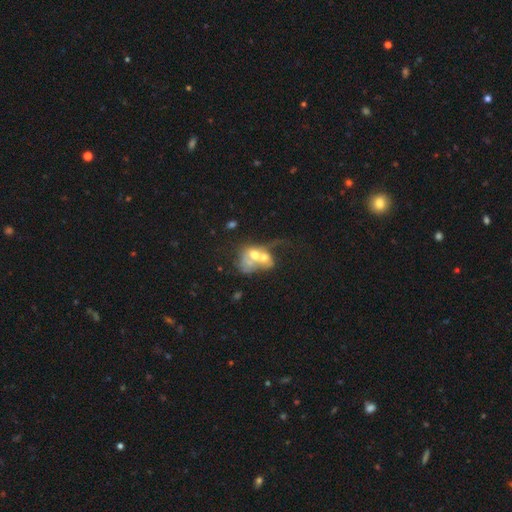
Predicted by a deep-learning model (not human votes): Smooth or featured: featured or disk — 46% (smooth — 44%)
Merging: merger — 75% (major disturbance — 13%)